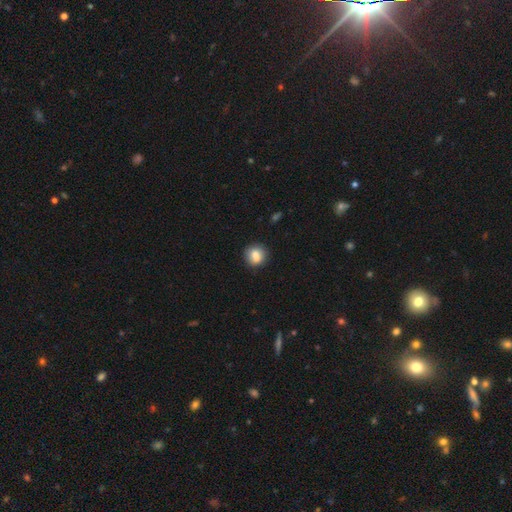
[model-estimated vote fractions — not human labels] A smooth galaxy with no disk features (80%) that is round (78%). Merging: none (77%).